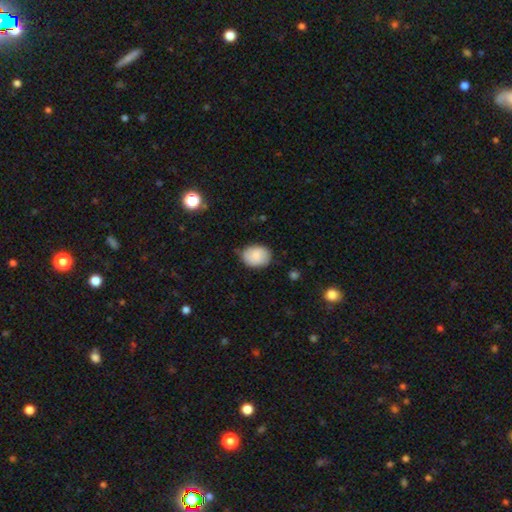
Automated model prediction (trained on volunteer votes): Overall: smooth (82%). How rounded: in between (61%; round 38%). Merging: none (75%).